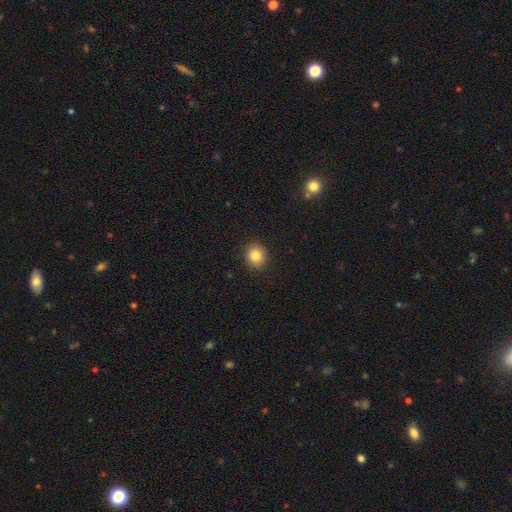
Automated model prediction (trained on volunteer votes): A smooth galaxy with no disk features (83%) that is round (80%). Merging: none (91%).